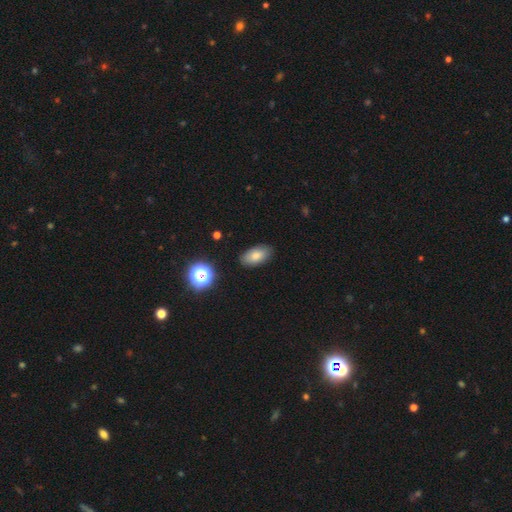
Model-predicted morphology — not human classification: Overall: smooth (81%). How rounded: in between (92%). Merging: none (86%).